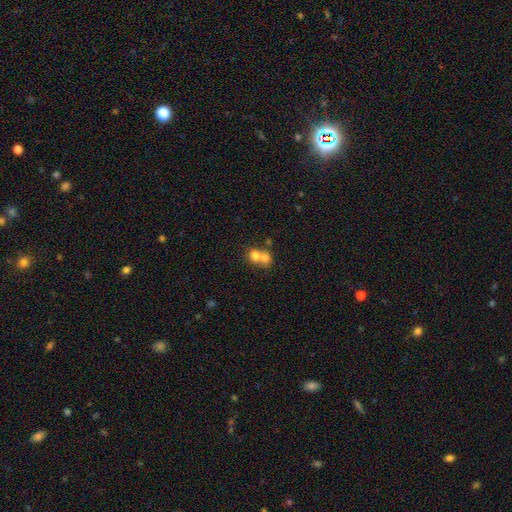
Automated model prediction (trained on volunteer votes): Smooth or featured? Predicted: smooth (p=0.73). How rounded? Predicted: round (p=0.75). Merging? Predicted: merger (p=0.67).